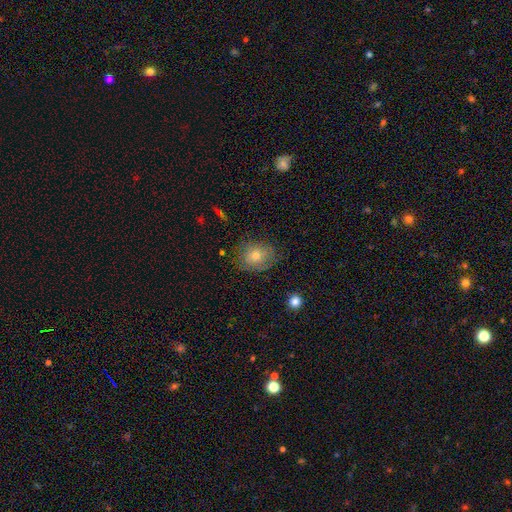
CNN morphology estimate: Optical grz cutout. It shows a smooth galaxy with no disk features (65%) that is in between round and cigar-shaped (50%). Merging: none (72%).